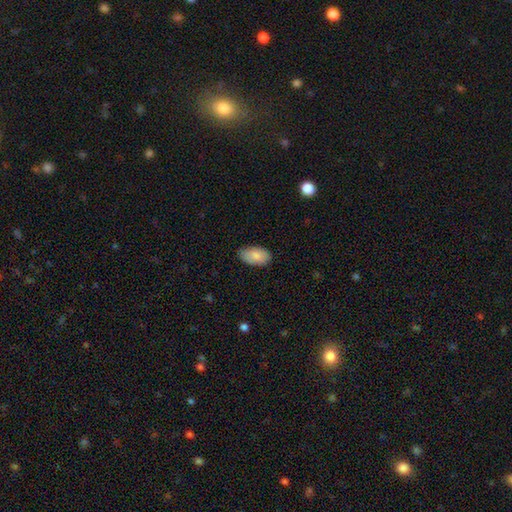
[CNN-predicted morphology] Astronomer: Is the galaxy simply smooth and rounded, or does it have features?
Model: smooth — 84%.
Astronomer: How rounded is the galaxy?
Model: in between — 94%.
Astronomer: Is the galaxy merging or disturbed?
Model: none — 81%.